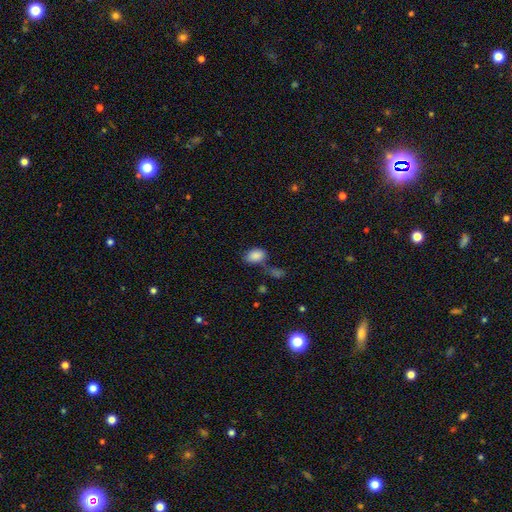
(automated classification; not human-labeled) smooth_or_featured: smooth (p=0.86) [alt: star or artifact p=0.09]
how_rounded: in between (p=0.86) [alt: round p=0.13]
merging: none (p=0.51) [alt: minor disturbance p=0.21]